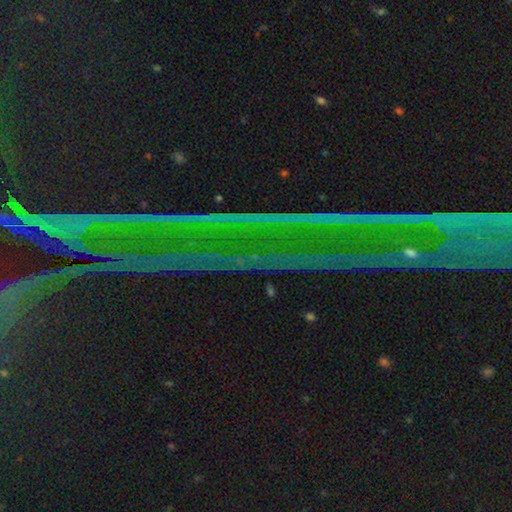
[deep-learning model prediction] A star or artifact, not a galaxy (84%).

Vote fractions:
- Smooth or featured? star or artifact: 84% / featured or disk: 10% / smooth: 6%